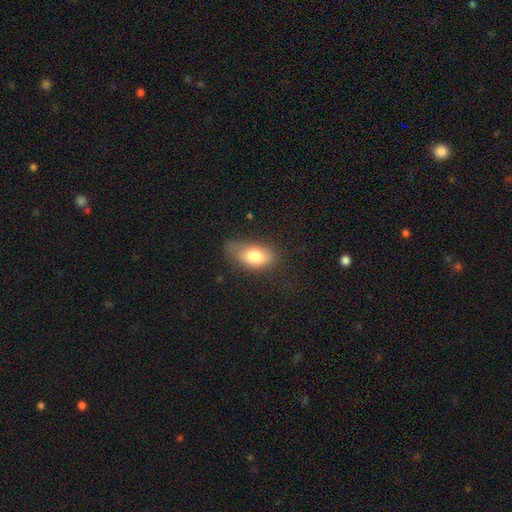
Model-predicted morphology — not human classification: smooth-or-featured: smooth: 77% | featured or disk: 16% | star or artifact: 7%
  how-rounded: in between: 90% | round: 7% | cigar-shaped: 3%
  merging: none: 48% | minor disturbance: 35% | major disturbance: 15% | merger: 2%